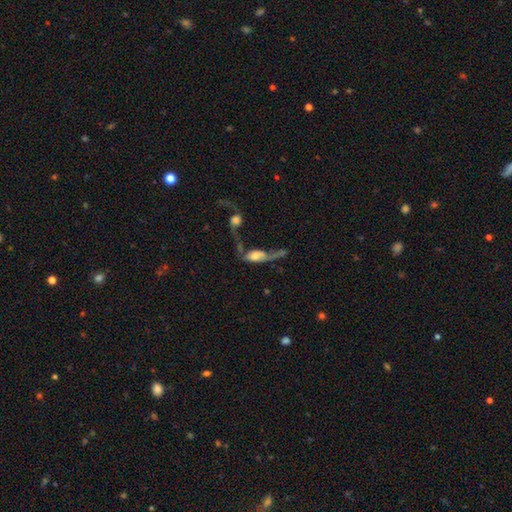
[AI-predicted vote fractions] Overall: featured or disk (51%; smooth 40%). Edge-on disk: no (79%). Merging: merger (55%; major disturbance 26%).